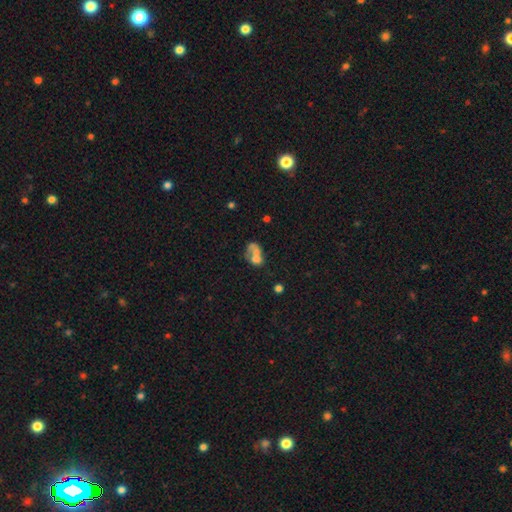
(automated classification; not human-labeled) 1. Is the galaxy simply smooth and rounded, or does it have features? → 52% smooth, 35% featured or disk, 13% star or artifact.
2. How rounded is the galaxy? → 66% in between, 32% round, 2% cigar-shaped.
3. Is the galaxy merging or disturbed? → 53% merger, 18% none, 18% major disturbance, 11% minor disturbance.